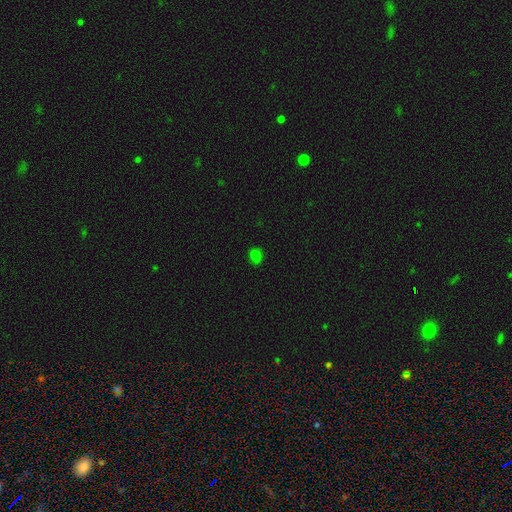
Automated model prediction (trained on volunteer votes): A smooth galaxy with no disk features (75%) that is round (50%). Merging: none (84%).